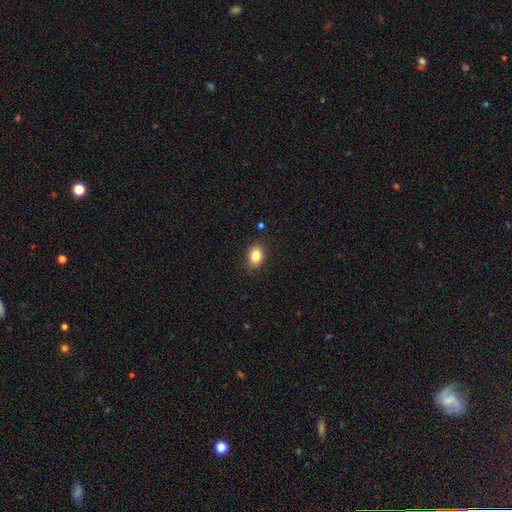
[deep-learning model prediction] Overall: smooth (85%). How rounded: in between (75%). Merging: none (87%).